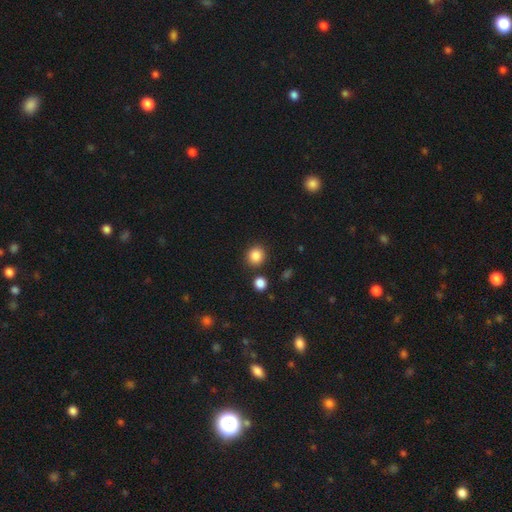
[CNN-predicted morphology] Smooth or featured: smooth — 86% (star or artifact — 10%)
How rounded: round — 85% (in between — 14%)
Merging: none — 85% (minor disturbance — 8%)